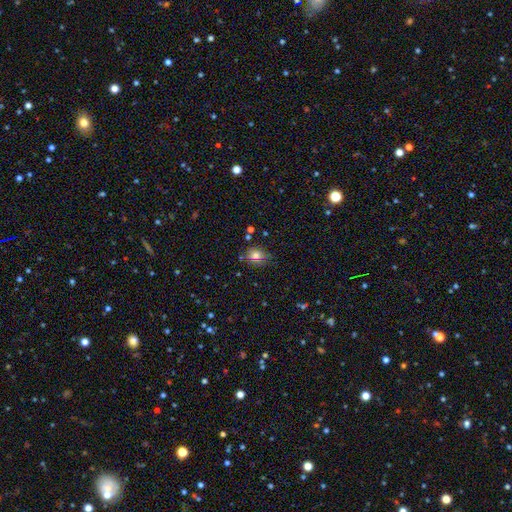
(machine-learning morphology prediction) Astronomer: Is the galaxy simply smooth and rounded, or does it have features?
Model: smooth — 78%.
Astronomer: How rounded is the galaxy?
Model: round — 54% (runner-up: in between, 45%).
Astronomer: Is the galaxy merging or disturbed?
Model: none — 73%.